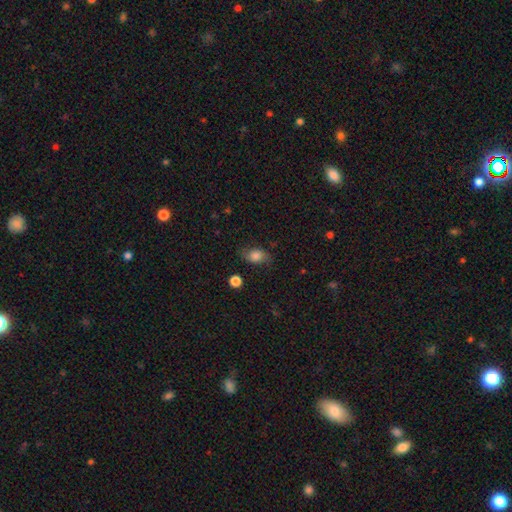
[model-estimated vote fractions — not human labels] Smooth or featured: smooth — 73% (featured or disk — 16%)
How rounded: in between — 73% (round — 25%)
Merging: none — 69% (minor disturbance — 22%)